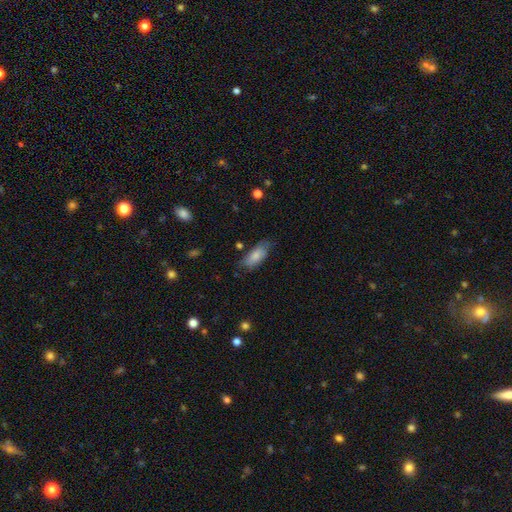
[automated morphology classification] smooth_or_featured: smooth (p=0.79) [alt: featured or disk p=0.14]
how_rounded: in between (p=0.81) [alt: cigar-shaped p=0.17]
merging: none (p=0.66) [alt: minor disturbance p=0.25]